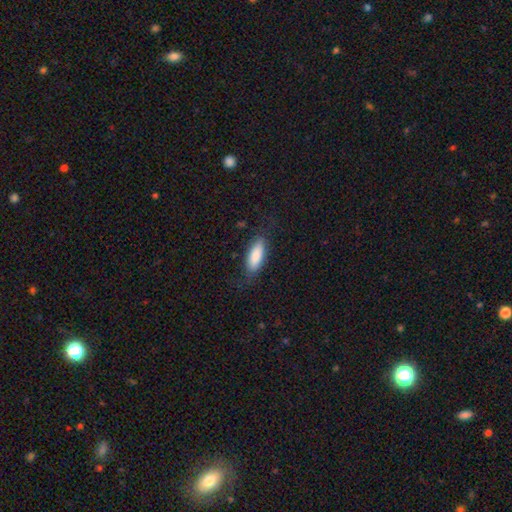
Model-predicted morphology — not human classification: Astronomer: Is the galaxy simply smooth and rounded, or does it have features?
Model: smooth — 84%.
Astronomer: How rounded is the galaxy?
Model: in between — 75%.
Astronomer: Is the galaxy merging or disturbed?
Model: none — 77%.